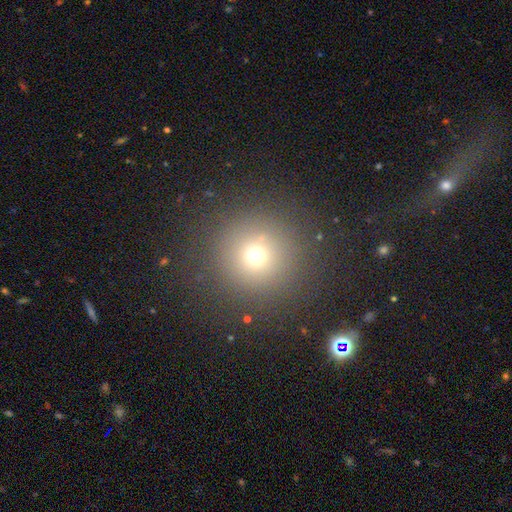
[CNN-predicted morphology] Overall: smooth (68%). How rounded: round (95%). Merging: none (85%).